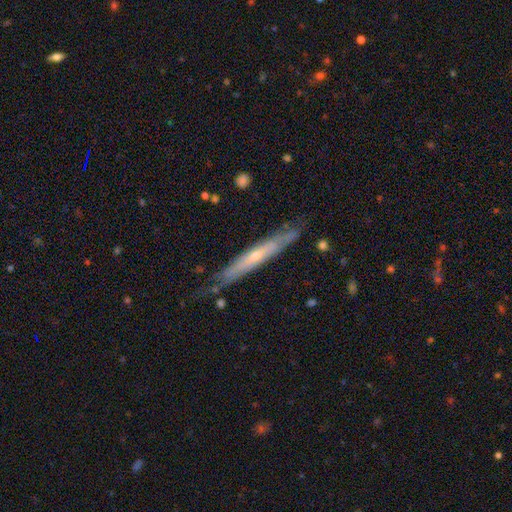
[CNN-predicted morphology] Smooth or featured: featured or disk — 64% (smooth — 30%)
Edge-on disk: yes — 82% (no — 18%)
Edge-on bulge: rounded — 53% (none — 43%)
Merging: none — 74% (minor disturbance — 19%)